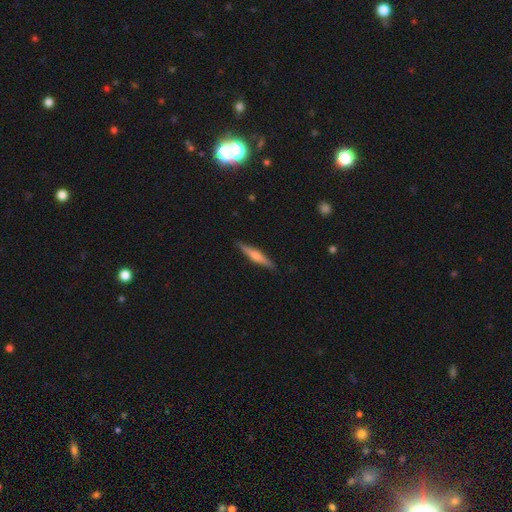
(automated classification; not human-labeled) Q: Smooth or featured?
A: featured or disk (61%); runner-up: smooth (34%)
Q: Edge-on disk?
A: yes (97%); runner-up: no (3%)
Q: Edge-on bulge?
A: rounded (84%); runner-up: boxy (9%)
Q: Merging?
A: none (90%); runner-up: minor disturbance (7%)